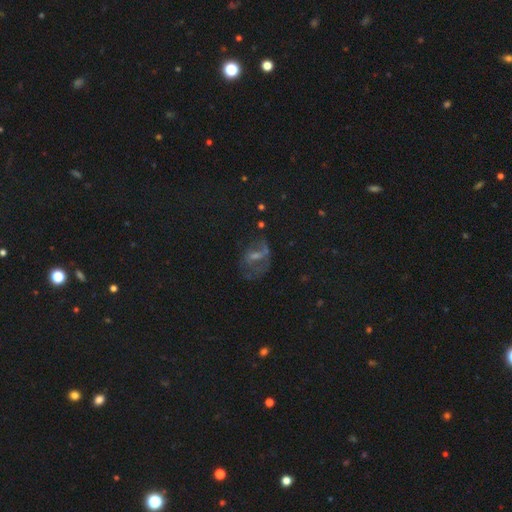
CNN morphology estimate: A featured or disk galaxy (45%).

Vote fractions:
- Smooth or featured? featured or disk: 45% / star or artifact: 33% / smooth: 21%
- Merging? none: 48% / major disturbance: 27% / minor disturbance: 20% / merger: 4%